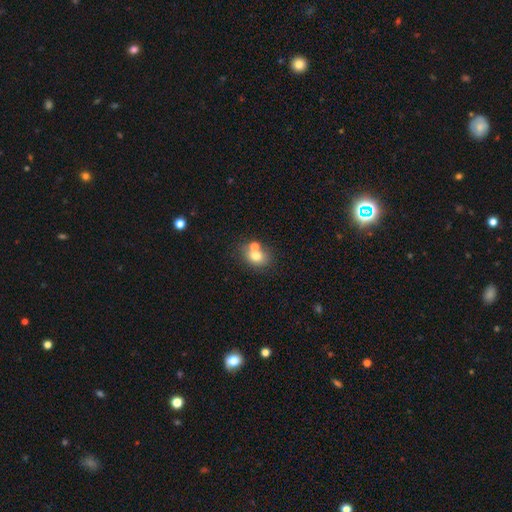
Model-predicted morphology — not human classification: A smooth galaxy with no disk features (72%) that is in between round and cigar-shaped (54%). Merging: none (50%).